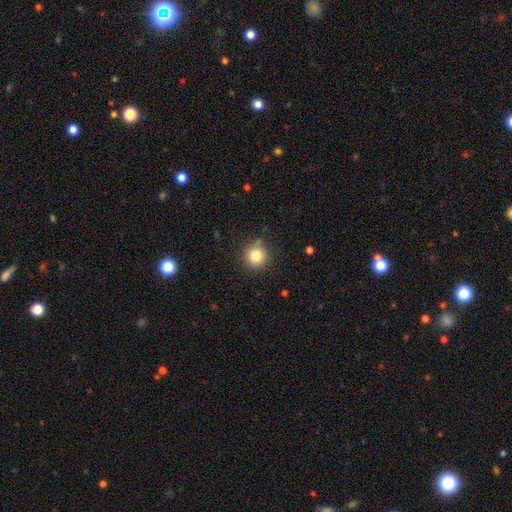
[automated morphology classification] smooth_or_featured: smooth (p=0.82) [alt: star or artifact p=0.11]
how_rounded: round (p=0.94) [alt: in between p=0.05]
merging: none (p=0.81) [alt: minor disturbance p=0.13]